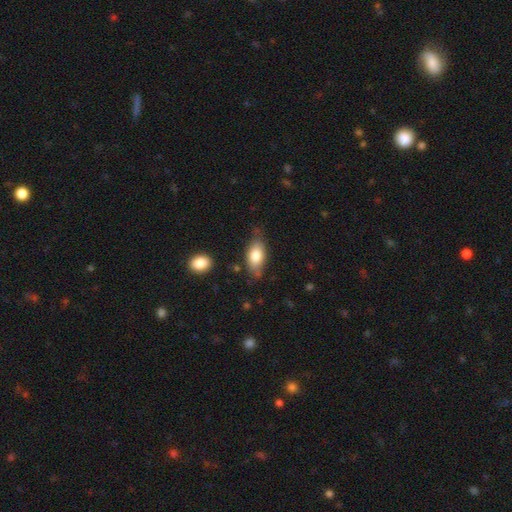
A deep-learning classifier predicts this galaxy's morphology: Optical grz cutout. It shows a smooth galaxy with no disk features (78%) that is in between round and cigar-shaped (88%). Merging: none (67%).